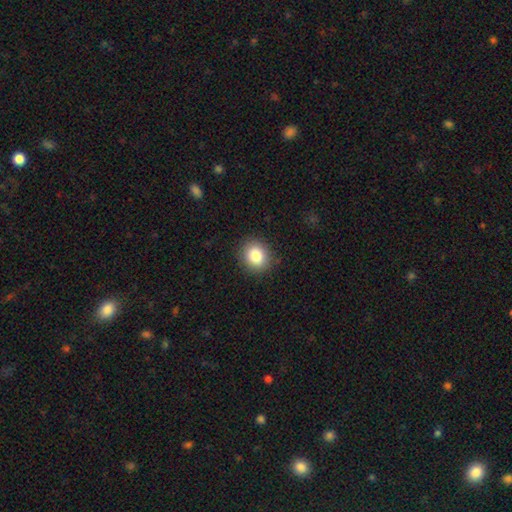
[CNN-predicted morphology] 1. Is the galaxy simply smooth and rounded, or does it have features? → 83% smooth, 10% star or artifact, 7% featured or disk.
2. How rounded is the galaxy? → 78% round, 22% in between, 1% cigar-shaped.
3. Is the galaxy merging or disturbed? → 89% none, 8% minor disturbance, 2% major disturbance, 1% merger.